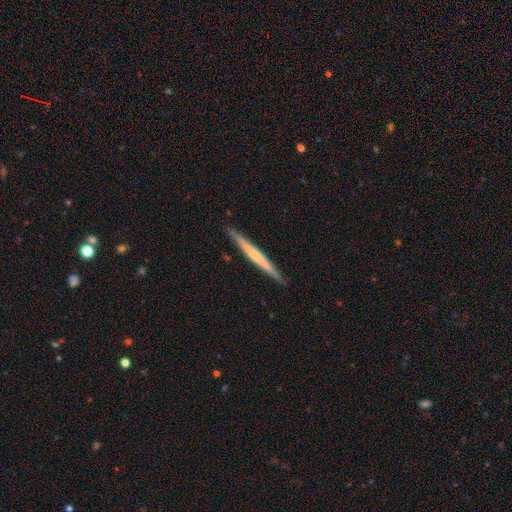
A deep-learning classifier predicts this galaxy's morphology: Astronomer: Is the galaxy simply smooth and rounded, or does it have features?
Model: featured or disk — 53% (runner-up: smooth, 42%).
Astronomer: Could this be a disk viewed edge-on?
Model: yes — 97%.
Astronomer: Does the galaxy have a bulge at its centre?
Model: none — 67%.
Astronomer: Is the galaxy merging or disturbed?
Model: none — 91%.